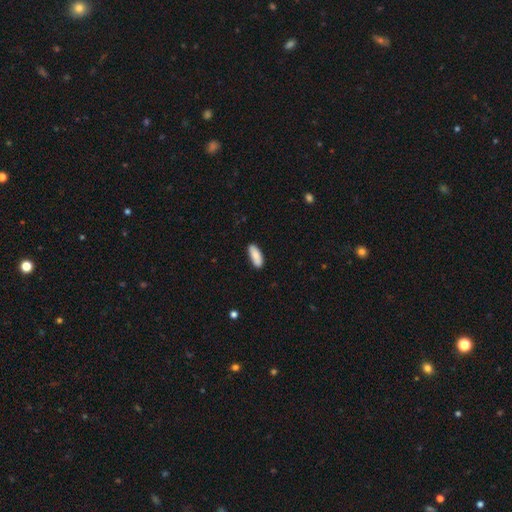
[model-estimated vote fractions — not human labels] smooth-or-featured: smooth: 85% | featured or disk: 9% | star or artifact: 6%
  how-rounded: in between: 72% | cigar-shaped: 26% | round: 2%
  merging: none: 85% | minor disturbance: 12% | major disturbance: 2% | merger: 1%